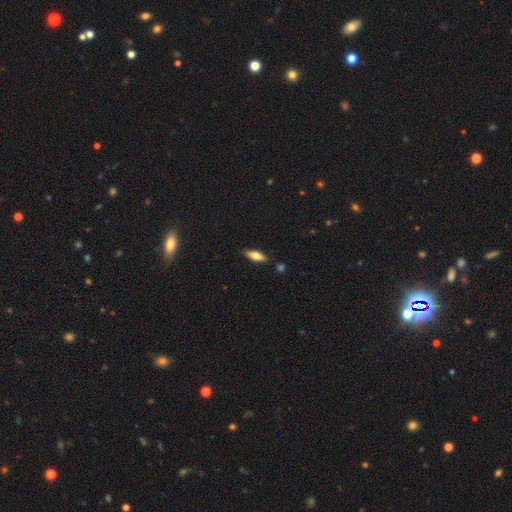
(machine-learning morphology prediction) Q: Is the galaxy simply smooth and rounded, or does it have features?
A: smooth — 61%.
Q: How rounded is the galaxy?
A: in between — 56%.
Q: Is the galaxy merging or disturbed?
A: none — 84%.